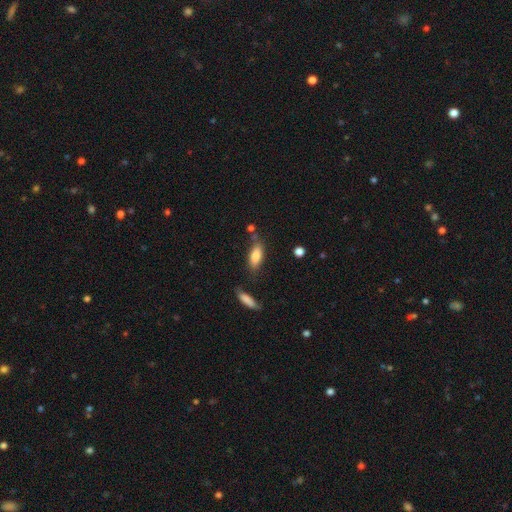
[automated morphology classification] A smooth galaxy with no disk features (81%) that is in between round and cigar-shaped (76%).

Vote fractions:
- Smooth or featured? smooth: 81% / featured or disk: 12% / star or artifact: 7%
- How rounded? in between: 76% / cigar-shaped: 22% / round: 2%
- Merging? none: 68% / minor disturbance: 19% / merger: 8% / major disturbance: 5%